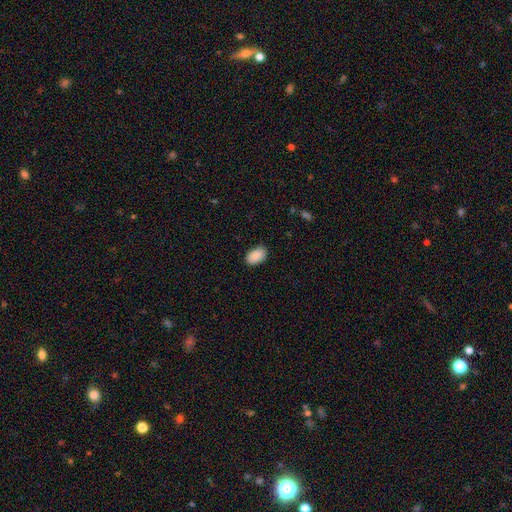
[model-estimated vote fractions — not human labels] smooth-or-featured: smooth: 90% | star or artifact: 7% | featured or disk: 3%
  how-rounded: in between: 91% | round: 8% | cigar-shaped: 1%
  merging: none: 86% | minor disturbance: 11% | major disturbance: 2% | merger: 1%